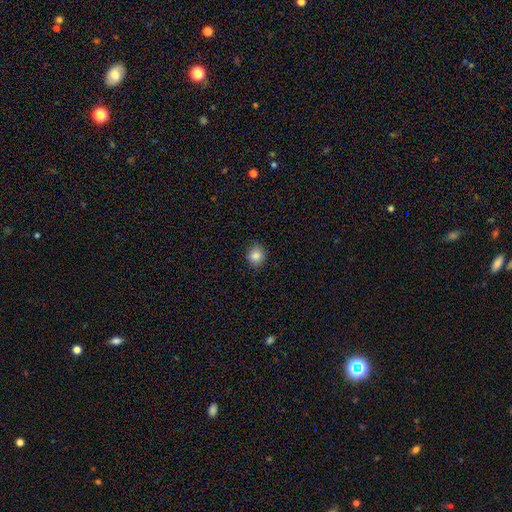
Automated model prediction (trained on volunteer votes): Smooth or featured? Predicted: smooth (p=0.84). How rounded? Predicted: round (p=0.82). Merging? Predicted: none (p=0.88).